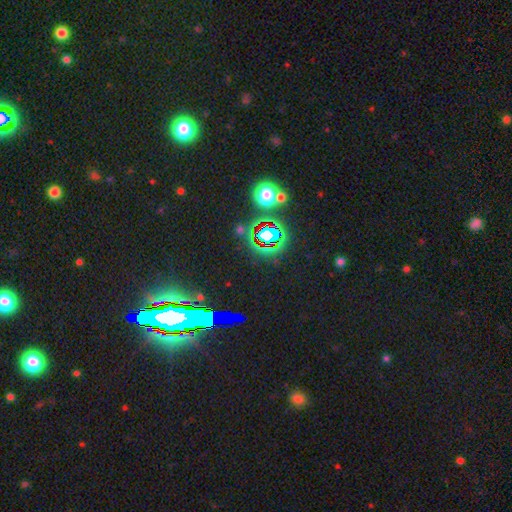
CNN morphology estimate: smooth-or-featured: star or artifact: 81% | smooth: 10% | featured or disk: 8%